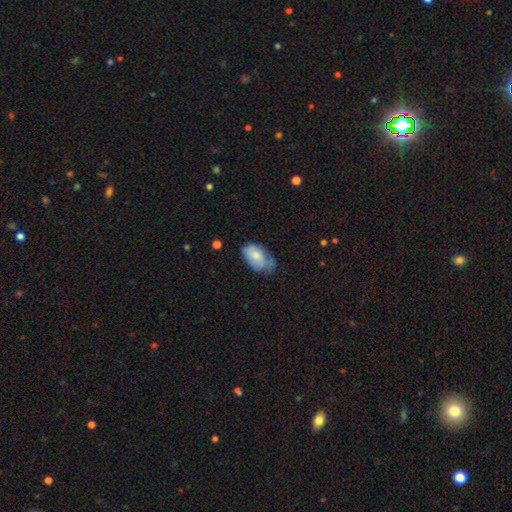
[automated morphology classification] Smooth or featured? smooth (74%)
How rounded? in between (93%)
Merging? minor disturbance (43%)